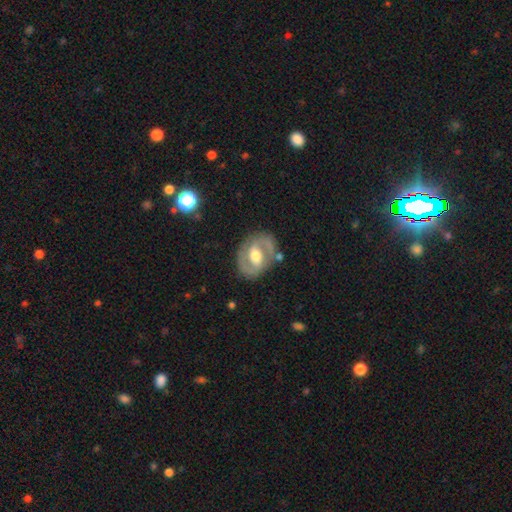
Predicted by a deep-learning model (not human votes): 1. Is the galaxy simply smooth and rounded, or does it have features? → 79% featured or disk, 16% smooth, 5% star or artifact.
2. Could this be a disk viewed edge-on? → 96% no, 4% yes.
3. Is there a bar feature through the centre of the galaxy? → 42% weak, 32% strong, 26% no.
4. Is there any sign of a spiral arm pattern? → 82% yes, 18% no.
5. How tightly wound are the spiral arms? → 51% medium, 33% tight, 16% loose.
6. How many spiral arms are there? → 88% 2, 6% can't tell, 3% 1, 1% 3, 1% 4, 1% more than 4.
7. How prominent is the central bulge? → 71% moderate, 14% large, 13% small, 1% none, 1% dominant.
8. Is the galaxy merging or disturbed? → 78% none, 14% minor disturbance, 5% major disturbance, 3% merger.